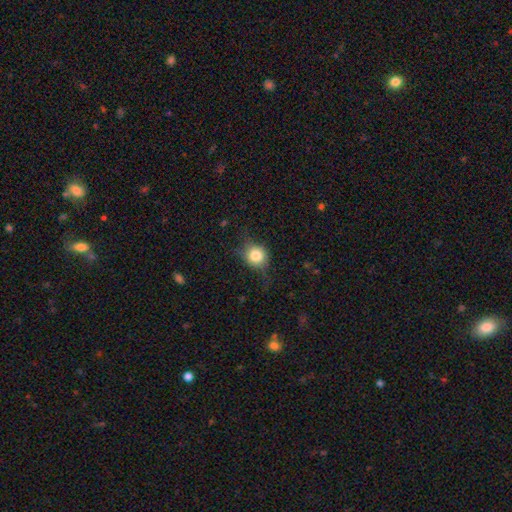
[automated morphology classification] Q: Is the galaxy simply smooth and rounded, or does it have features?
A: smooth — 74%.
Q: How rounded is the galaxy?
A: round — 79%.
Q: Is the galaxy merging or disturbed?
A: none — 65%.